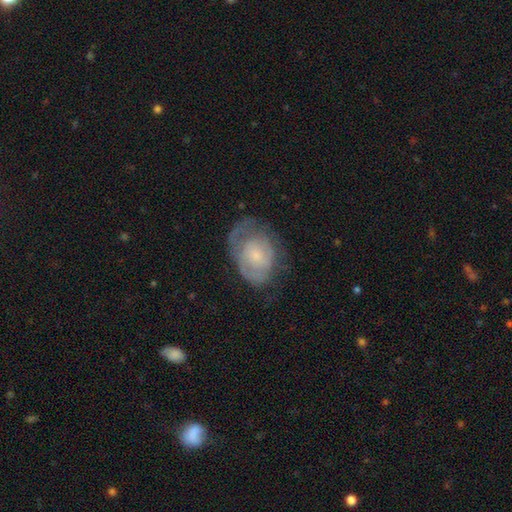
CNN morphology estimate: The model was most divided on "smooth or featured": featured or disk: 55%, smooth: 38%, star or artifact: 7%. Remaining: edge-on disk — no (96%); bar — no (79%); spiral arms — yes (60%); bulge size — small (56%); merging — none (48%).